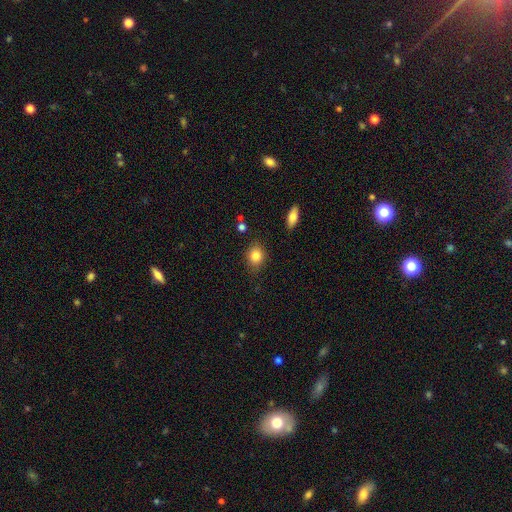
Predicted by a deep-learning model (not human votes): The model was most divided on "how rounded": round: 54%, in between: 45%, cigar-shaped: 1%. More confident: smooth or featured — smooth (84%); merging — none (81%).